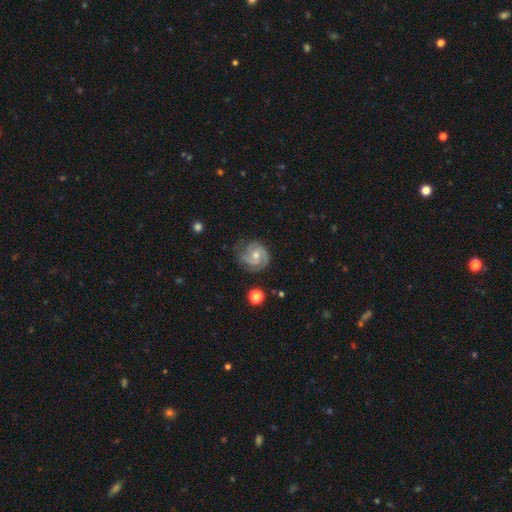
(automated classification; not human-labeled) A featured or disk galaxy (87%) with no bar (61%), 2 (56%) tight (55%) spiral arms (98%) and a moderate central bulge (56%).

Vote fractions:
- Smooth or featured? featured or disk: 87% / smooth: 8% / star or artifact: 5%
- Edge-on disk? no: 98% / yes: 2%
- Bar? no: 61% / weak: 33% / strong: 6%
- Spiral arms? yes: 98% / no: 2%
- Spiral winding? tight: 55% / medium: 38% / loose: 6%
- Spiral arm count? 2: 56% / 3: 28% / can't tell: 8% / 1: 3% / 4: 3% / more than 4: 2%
- Bulge size? moderate: 56% / small: 39% / none: 2% / large: 2% / dominant: 1%
- Merging? none: 74% / minor disturbance: 19% / major disturbance: 6% / merger: 2%